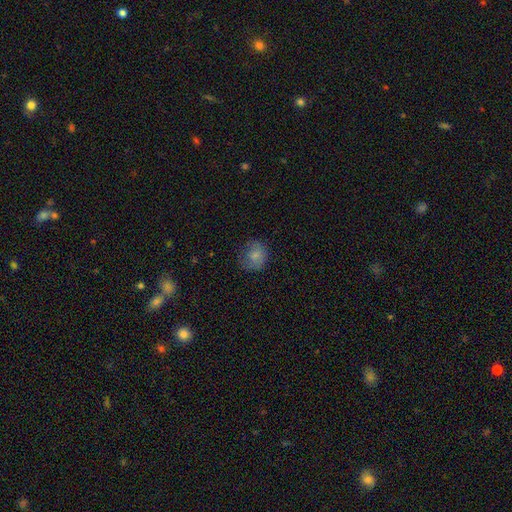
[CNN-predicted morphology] smooth 75%, featured or disk 14%, star or artifact 11%. Down the decision tree: how rounded — round (74%); merging — none (63%).